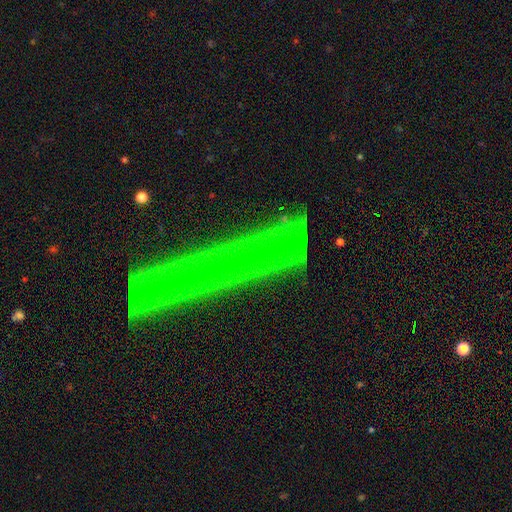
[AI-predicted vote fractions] star or artifact 58%, featured or disk 31%, smooth 10%.